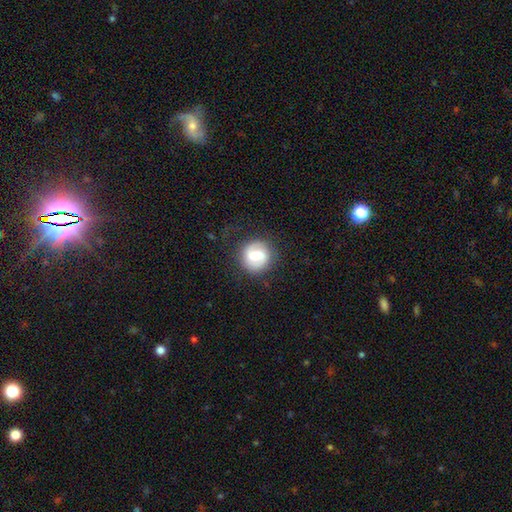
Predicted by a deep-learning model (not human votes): smooth-or-featured: featured or disk: 47% | smooth: 46% | star or artifact: 7%
  merging: none: 76% | minor disturbance: 15% | major disturbance: 7% | merger: 2%